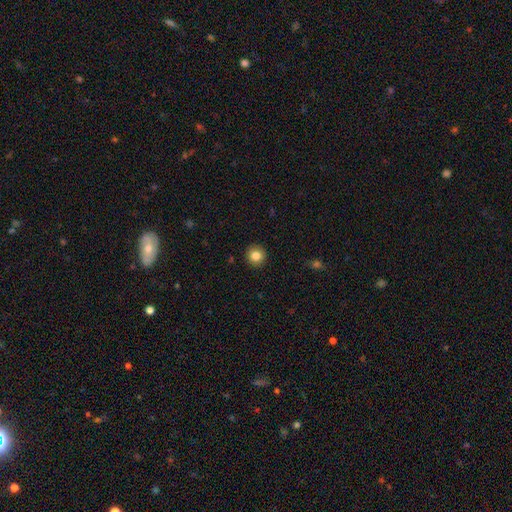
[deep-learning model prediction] Smooth or featured?
  - smooth: 84% *
  - star or artifact: 10%
  - featured or disk: 6%
How rounded?
  - round: 93% *
  - in between: 6%
  - cigar-shaped: 1%
Merging?
  - none: 92% *
  - minor disturbance: 5%
  - major disturbance: 2%
  - merger: 1%